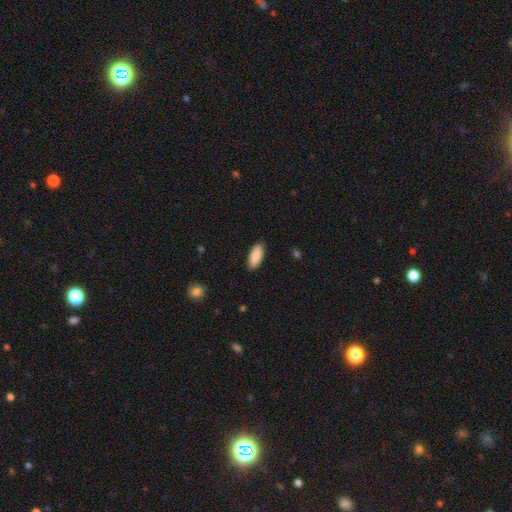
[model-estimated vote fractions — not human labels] This appears to be a smooth galaxy with no disk features (90%) that is in between round and cigar-shaped (81%). Merging: none (88%).